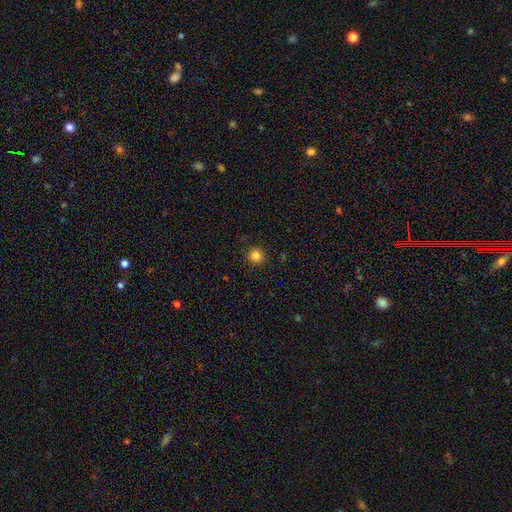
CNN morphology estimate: A smooth galaxy with no disk features (84%) that is round (93%).

Vote fractions:
- Smooth or featured? smooth: 84% / star or artifact: 12% / featured or disk: 4%
- How rounded? round: 93% / in between: 6% / cigar-shaped: 1%
- Merging? none: 91% / minor disturbance: 6% / major disturbance: 2% / merger: 1%